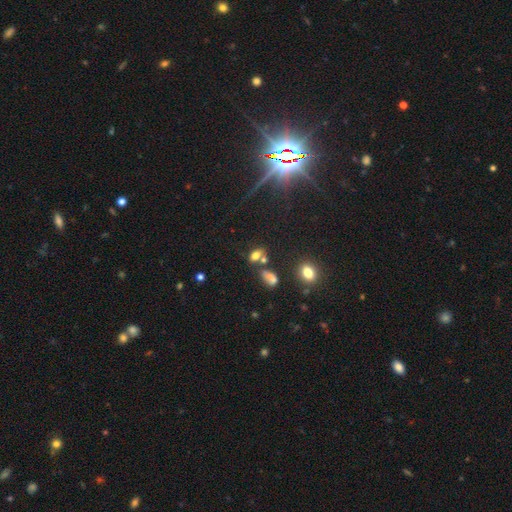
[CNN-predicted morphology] Smooth or featured? Predicted: smooth (p=0.66). How rounded? Predicted: in between (p=0.78). Merging? Predicted: none (p=0.51).